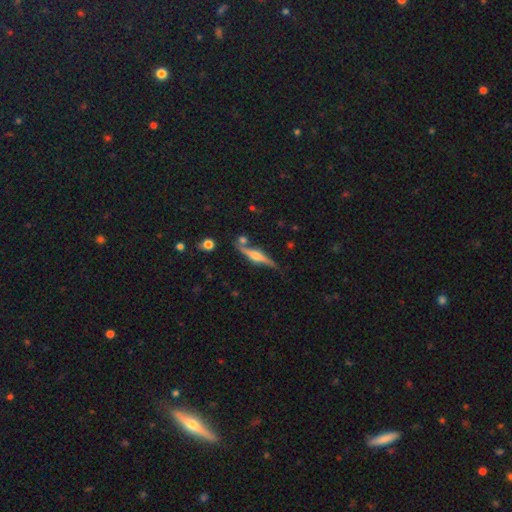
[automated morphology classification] featured or disk 76%, smooth 17%, star or artifact 7%. Down the decision tree: edge-on disk — yes (96%); edge-on bulge — rounded (88%); merging — none (74%).